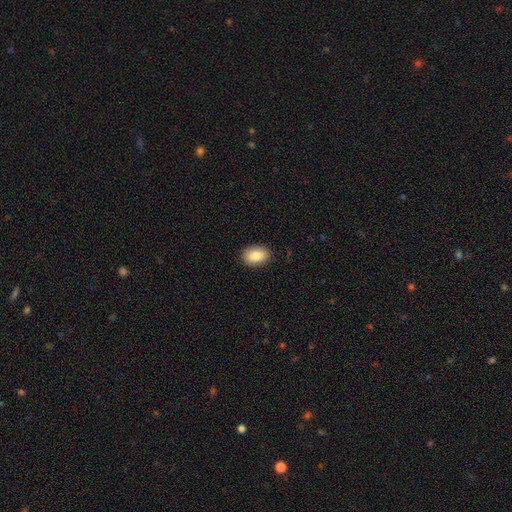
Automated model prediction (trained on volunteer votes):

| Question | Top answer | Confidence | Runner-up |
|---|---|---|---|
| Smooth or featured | smooth | 84% | featured or disk (9%) |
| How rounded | in between | 84% | round (15%) |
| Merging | none | 88% | minor disturbance (9%) |